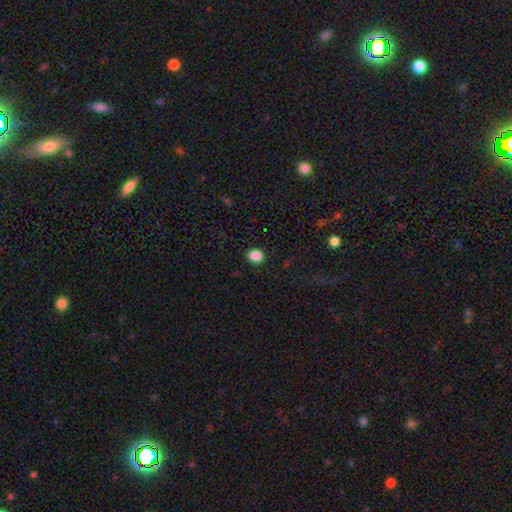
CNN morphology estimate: A smooth galaxy with no disk features (87%) that is round (65%). Merging: none (91%).